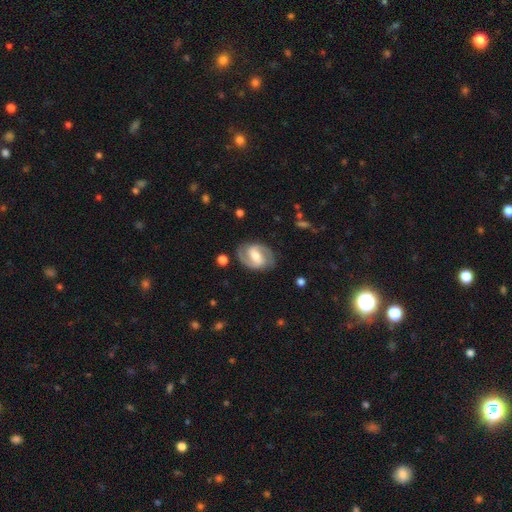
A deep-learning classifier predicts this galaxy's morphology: Smooth or featured? featured or disk (86%)
Edge-on disk? no (97%)
Bar? strong (42%)
Spiral arms? yes (95%)
Spiral winding? medium (52%)
Spiral arm count? 2 (92%)
Bulge size? moderate (57%)
Merging? none (84%)